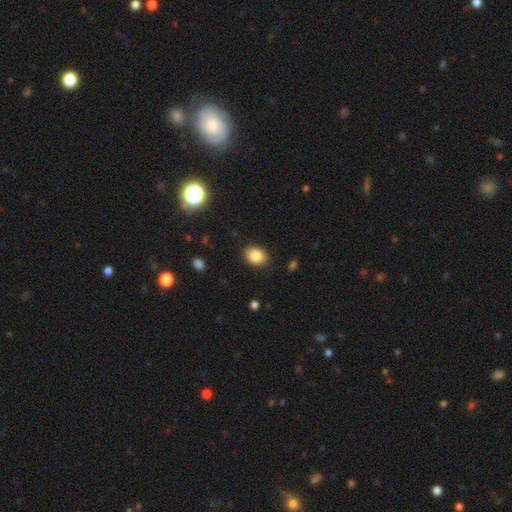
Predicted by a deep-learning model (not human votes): Smooth or featured: smooth — 86% (star or artifact — 9%)
How rounded: in between — 70% (round — 29%)
Merging: none — 88% (minor disturbance — 9%)